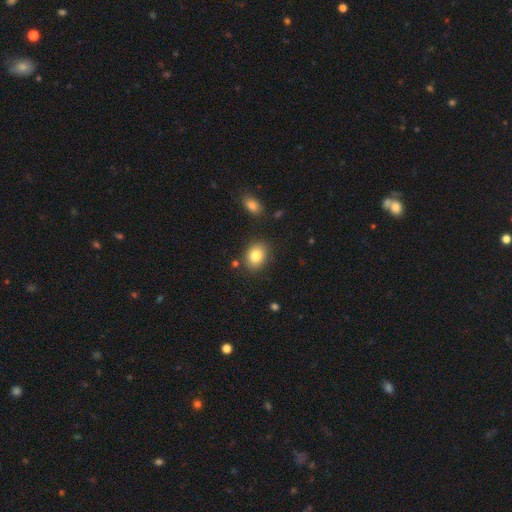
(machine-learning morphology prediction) smooth-or-featured: smooth: 82% | featured or disk: 9% | star or artifact: 9%
  how-rounded: in between: 61% | round: 38% | cigar-shaped: 1%
  merging: none: 83% | minor disturbance: 11% | merger: 3% | major disturbance: 3%